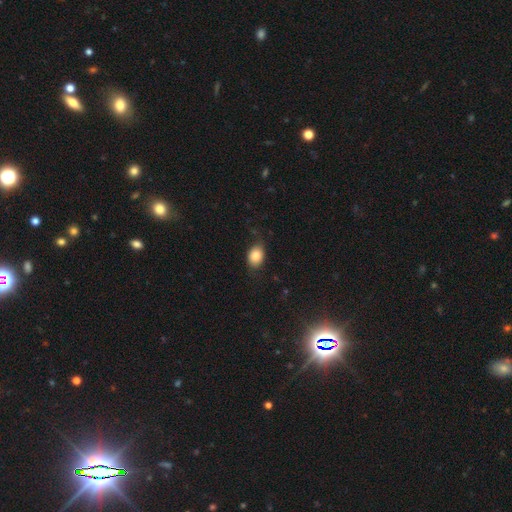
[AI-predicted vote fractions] Q: Smooth or featured?
A: smooth (84%); runner-up: featured or disk (8%)
Q: How rounded?
A: in between (72%); runner-up: round (27%)
Q: Merging?
A: none (73%); runner-up: minor disturbance (20%)